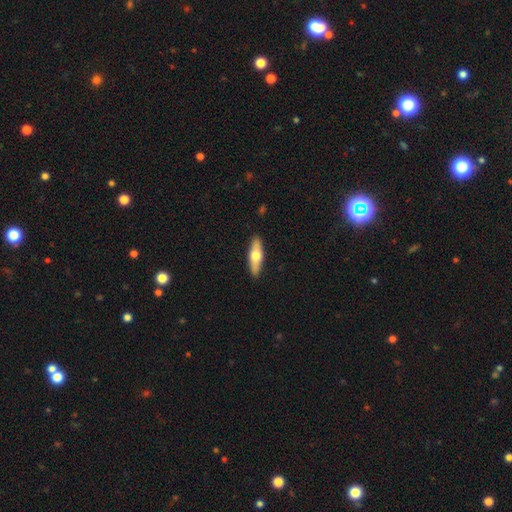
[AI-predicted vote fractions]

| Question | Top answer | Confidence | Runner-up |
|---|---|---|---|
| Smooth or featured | smooth | 54% | featured or disk (41%) |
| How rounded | cigar-shaped | 53% | in between (45%) |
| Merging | none | 90% | minor disturbance (7%) |